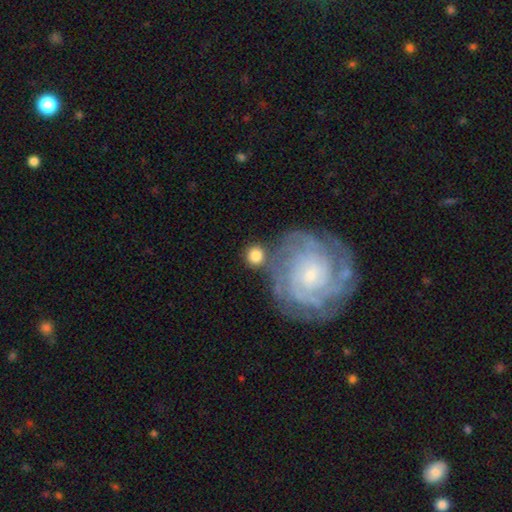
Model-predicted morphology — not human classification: A smooth galaxy with no disk features (76%) that is round (88%).

Vote fractions:
- Smooth or featured? smooth: 76% / featured or disk: 17% / star or artifact: 7%
- How rounded? round: 88% / in between: 11% / cigar-shaped: 1%
- Merging? none: 69% / merger: 15% / minor disturbance: 10% / major disturbance: 6%